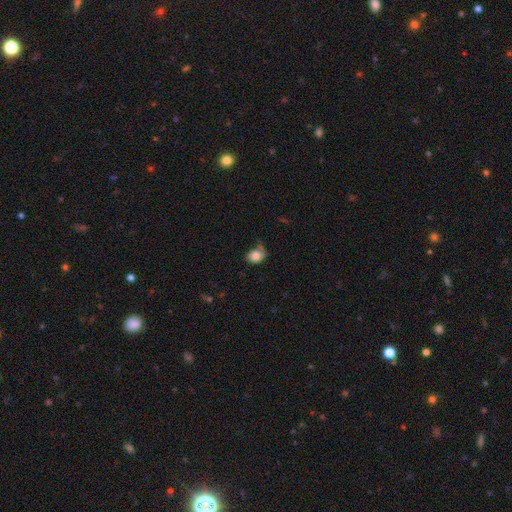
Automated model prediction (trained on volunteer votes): The model was most divided on "how rounded": round: 50%, in between: 49%, cigar-shaped: 1%. Remaining: smooth or featured — smooth (79%); merging — none (45%).